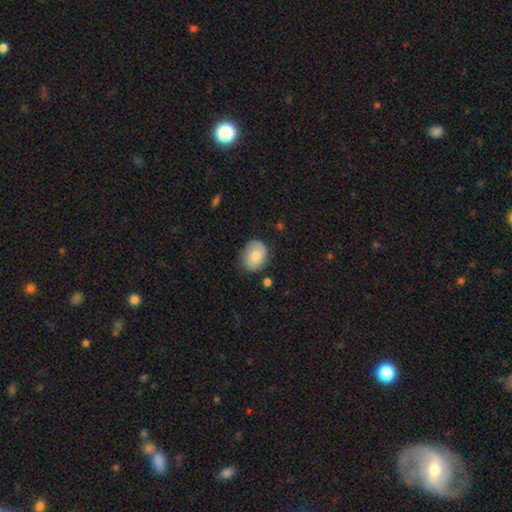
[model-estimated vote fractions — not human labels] The model was most divided on "how rounded": round: 50%, in between: 49%, cigar-shaped: 1%. More confident: merging — none (76%); smooth or featured — smooth (72%).